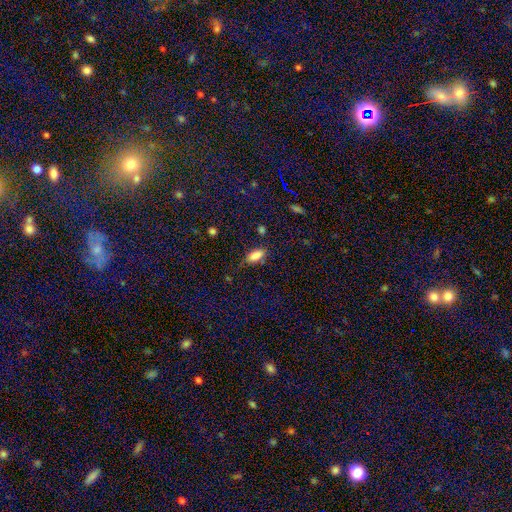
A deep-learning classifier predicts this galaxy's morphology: smooth-or-featured: smooth: 83% | star or artifact: 10% | featured or disk: 7%
  how-rounded: in between: 88% | cigar-shaped: 8% | round: 4%
  merging: none: 67% | minor disturbance: 24% | major disturbance: 7% | merger: 3%